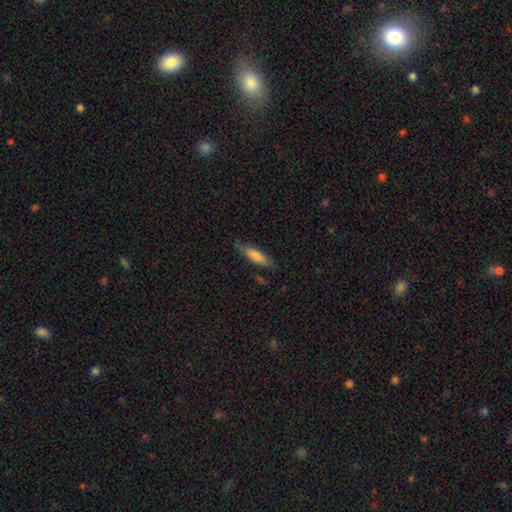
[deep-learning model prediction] A smooth galaxy with no disk features (70%) that is cigar-shaped (68%). Merging: none (76%).